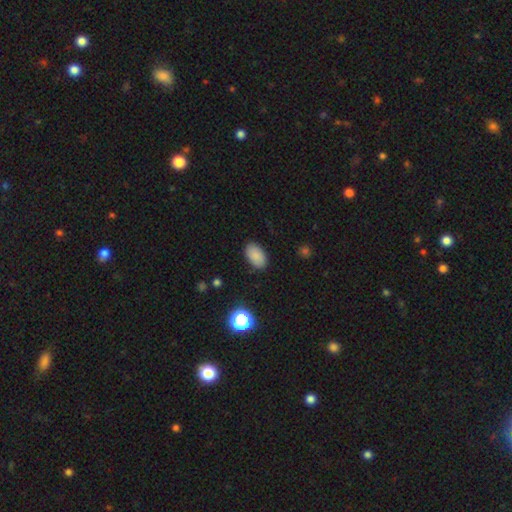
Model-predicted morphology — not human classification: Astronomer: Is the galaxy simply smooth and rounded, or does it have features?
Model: smooth — 86%.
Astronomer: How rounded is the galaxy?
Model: in between — 93%.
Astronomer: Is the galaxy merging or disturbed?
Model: none — 87%.